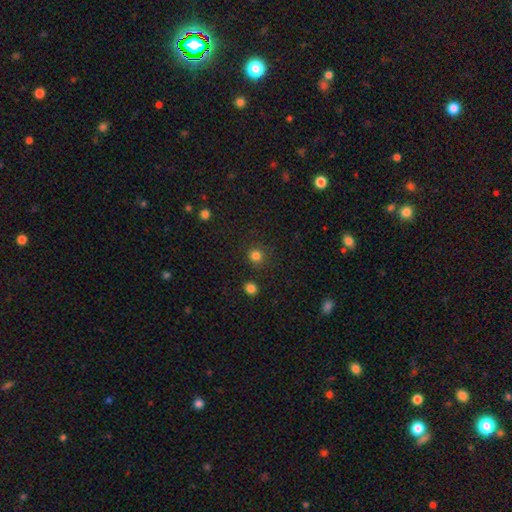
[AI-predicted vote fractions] Smooth or featured? Predicted: smooth (p=0.81). How rounded? Predicted: round (p=0.93). Merging? Predicted: none (p=0.86).